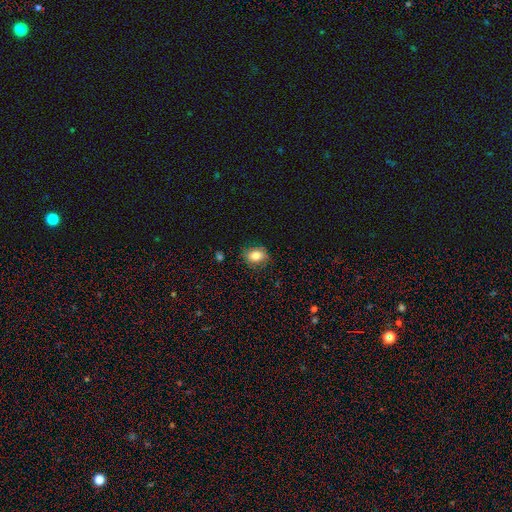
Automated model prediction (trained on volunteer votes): Smooth or featured? Predicted: smooth (p=0.81). How rounded? Predicted: in between (p=0.61). Merging? Predicted: none (p=0.79).